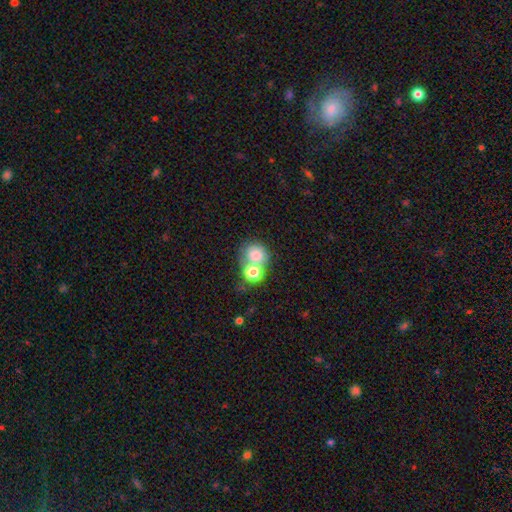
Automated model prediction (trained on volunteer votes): Smooth or featured?
  - smooth: 75% *
  - star or artifact: 13%
  - featured or disk: 12%
How rounded?
  - round: 74% *
  - in between: 25%
  - cigar-shaped: 1%
Merging?
  - merger: 49% *
  - none: 37%
  - minor disturbance: 9%
  - major disturbance: 6%